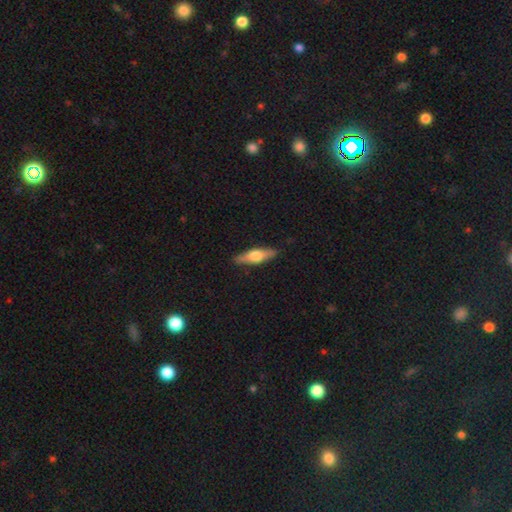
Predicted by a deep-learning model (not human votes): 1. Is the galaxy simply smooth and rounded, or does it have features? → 50% featured or disk, 45% smooth, 5% star or artifact.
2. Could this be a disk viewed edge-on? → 92% yes, 8% no.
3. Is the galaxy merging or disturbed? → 88% none, 9% minor disturbance, 2% major disturbance, 1% merger.